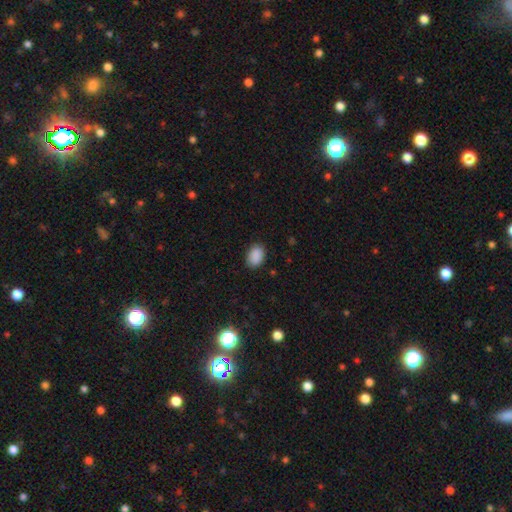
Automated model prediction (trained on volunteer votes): Morphology: type=smooth (89%); roundness=in between (80%); merging=none (85%).